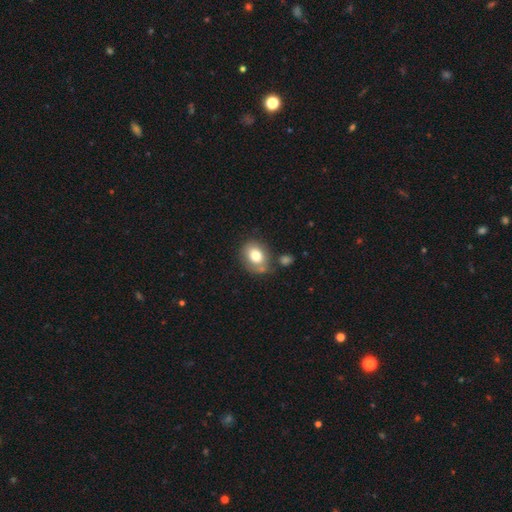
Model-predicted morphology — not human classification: Q: Smooth or featured?
A: smooth (77%); runner-up: featured or disk (15%)
Q: How rounded?
A: in between (56%); runner-up: round (43%)
Q: Merging?
A: none (62%); runner-up: minor disturbance (19%)